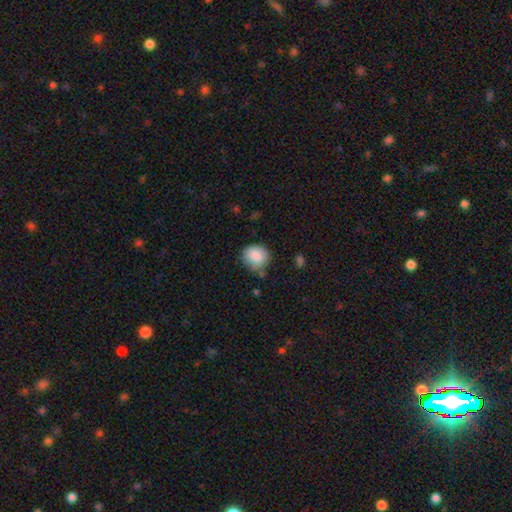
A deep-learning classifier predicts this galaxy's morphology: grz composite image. It shows a smooth galaxy with no disk features (86%) that is round (76%). Merging: none (72%).